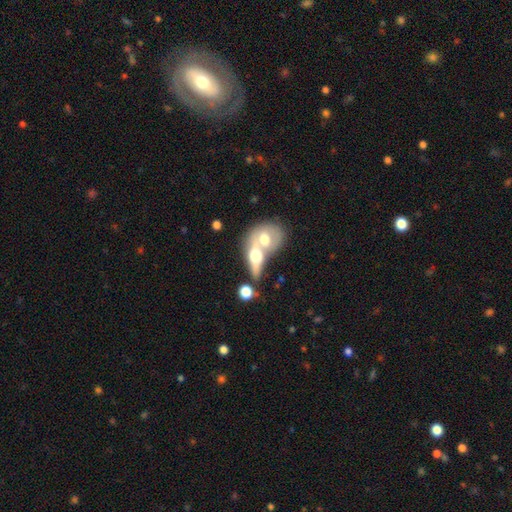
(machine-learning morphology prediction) This appears to be a featured or disk galaxy (48%). Merging: merger (67%).